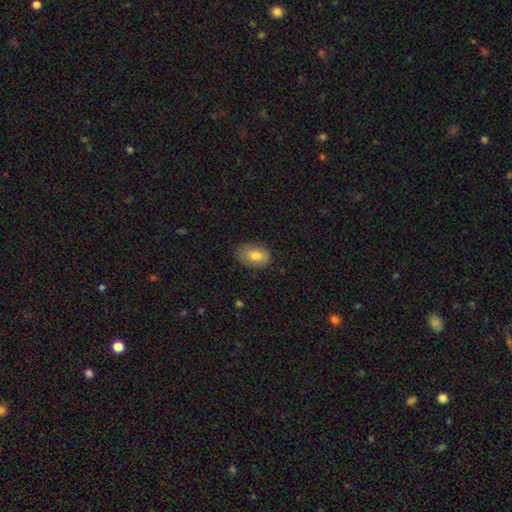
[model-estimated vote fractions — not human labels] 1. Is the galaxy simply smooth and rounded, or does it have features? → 69% smooth, 24% featured or disk, 8% star or artifact.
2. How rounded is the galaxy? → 83% in between, 15% round, 1% cigar-shaped.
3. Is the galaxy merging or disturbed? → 74% none, 20% minor disturbance, 5% major disturbance, 1% merger.